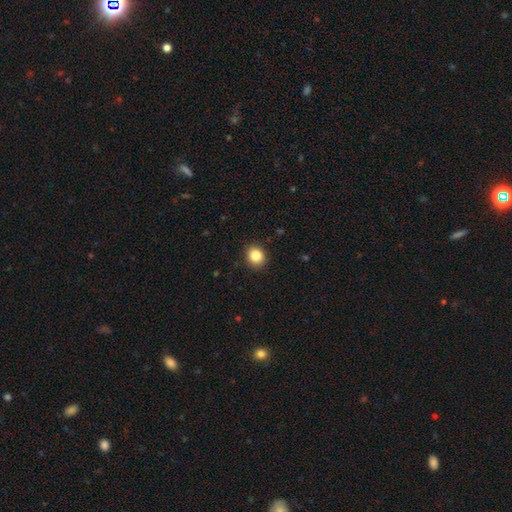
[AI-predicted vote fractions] Smooth or featured?
  - smooth: 86% *
  - star or artifact: 10%
  - featured or disk: 4%
How rounded?
  - round: 75% *
  - in between: 24%
  - cigar-shaped: 1%
Merging?
  - none: 90% *
  - minor disturbance: 7%
  - major disturbance: 2%
  - merger: 1%